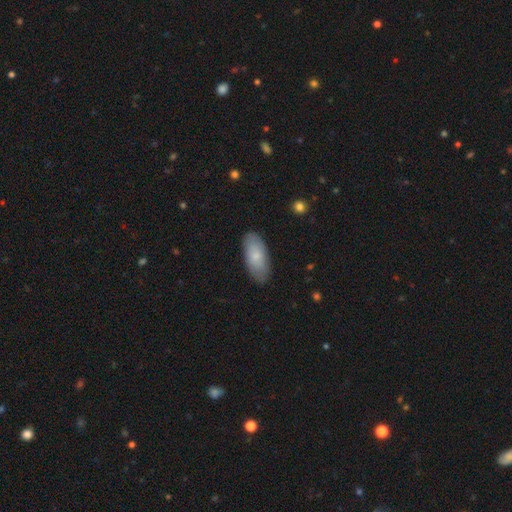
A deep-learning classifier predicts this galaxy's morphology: The model was most divided on "smooth or featured": smooth: 77%, featured or disk: 18%, star or artifact: 6%. More confident: how rounded — in between (88%); merging — none (83%).